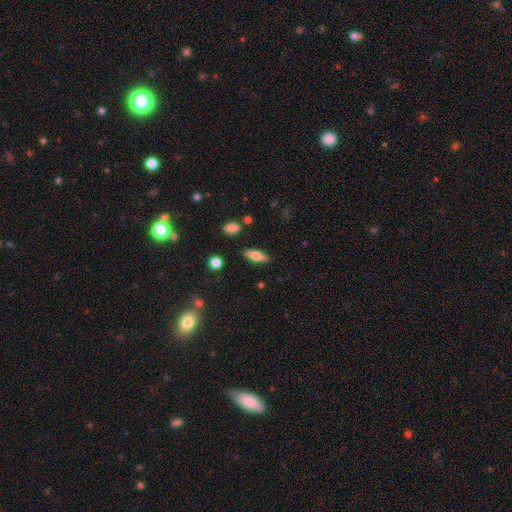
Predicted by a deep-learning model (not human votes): A smooth galaxy with no disk features (65%) that is in between round and cigar-shaped (62%).

Vote fractions:
- Smooth or featured? smooth: 65% / featured or disk: 28% / star or artifact: 7%
- How rounded? in between: 62% / cigar-shaped: 35% / round: 3%
- Merging? none: 85% / minor disturbance: 10% / major disturbance: 2% / merger: 2%